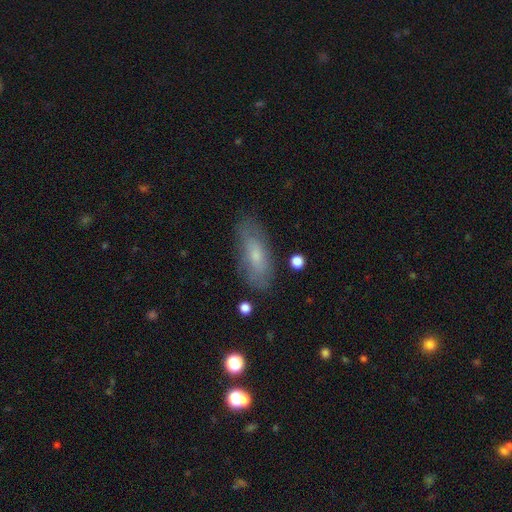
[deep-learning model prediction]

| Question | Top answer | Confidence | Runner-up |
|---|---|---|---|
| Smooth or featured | smooth | 61% | featured or disk (31%) |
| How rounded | in between | 74% | cigar-shaped (23%) |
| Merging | none | 74% | minor disturbance (19%) |